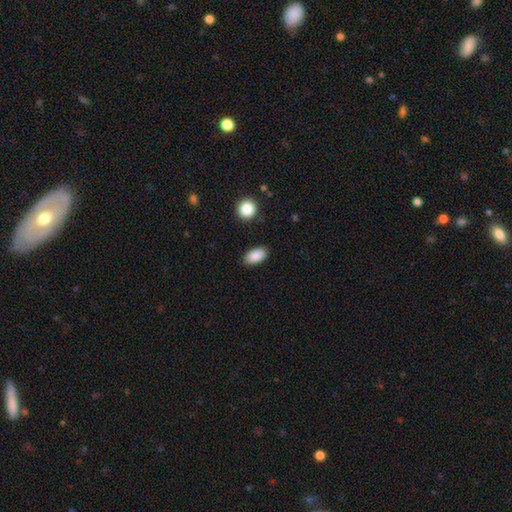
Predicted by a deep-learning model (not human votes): This appears to be a smooth galaxy with no disk features (89%) that is in between round and cigar-shaped (92%). Merging: none (87%).